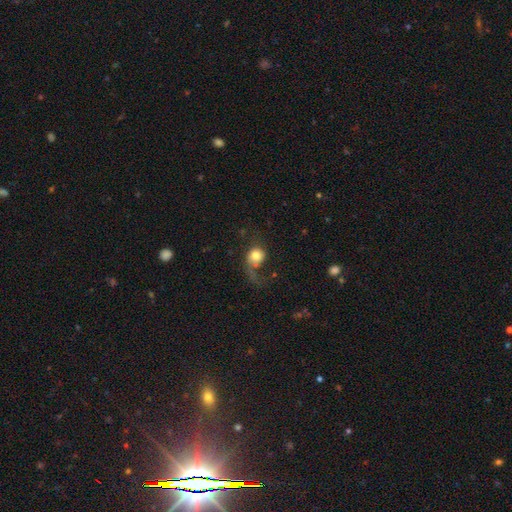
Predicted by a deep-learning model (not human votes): smooth 65%, featured or disk 26%, star or artifact 9%. Down the decision tree: how rounded — round (71%); merging — major disturbance (50%).